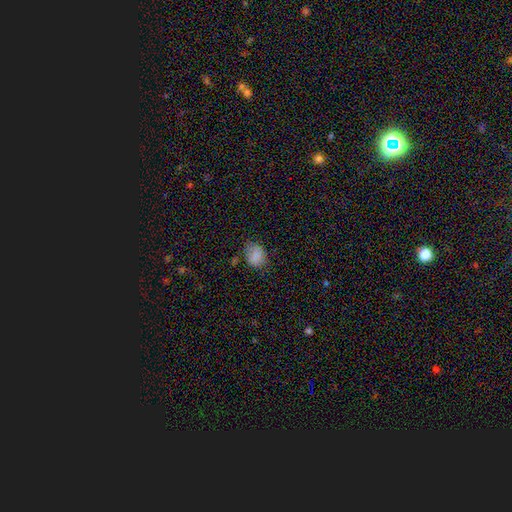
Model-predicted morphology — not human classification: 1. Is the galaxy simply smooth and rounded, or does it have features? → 83% smooth, 10% star or artifact, 8% featured or disk.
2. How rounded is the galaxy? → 51% in between, 48% round, 1% cigar-shaped.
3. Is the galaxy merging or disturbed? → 69% none, 22% minor disturbance, 6% major disturbance, 2% merger.